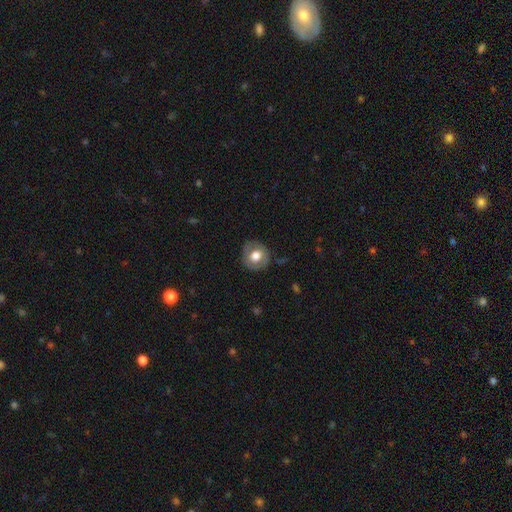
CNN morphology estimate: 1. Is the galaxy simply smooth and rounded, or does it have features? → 61% smooth, 32% featured or disk, 8% star or artifact.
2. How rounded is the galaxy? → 83% round, 16% in between, 1% cigar-shaped.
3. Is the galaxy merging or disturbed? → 81% none, 14% minor disturbance, 4% major disturbance, 1% merger.